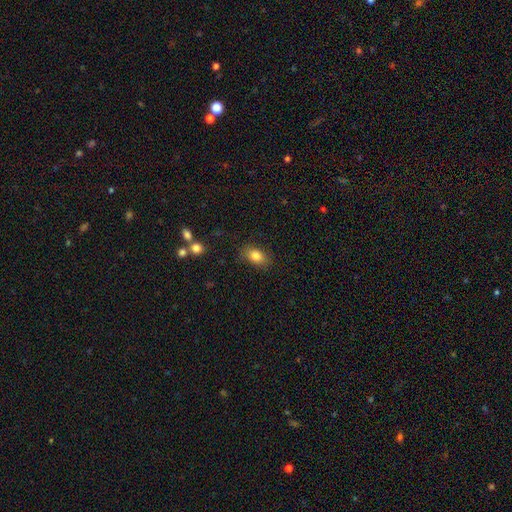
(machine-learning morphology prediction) Smooth or featured? Predicted: smooth (p=0.83). How rounded? Predicted: in between (p=0.79). Merging? Predicted: none (p=0.78).